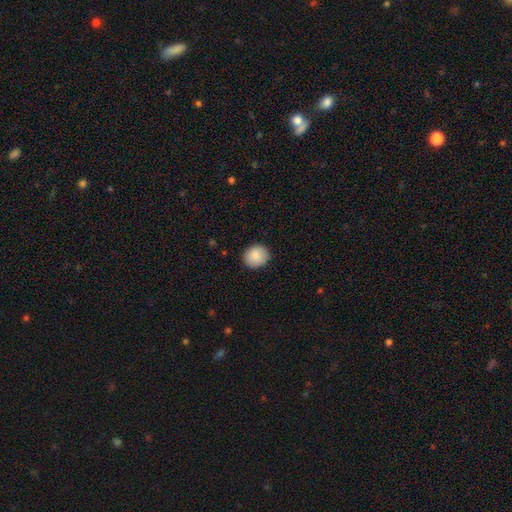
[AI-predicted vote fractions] Morphology: type=smooth (87%); roundness=round (82%); merging=none (89%).